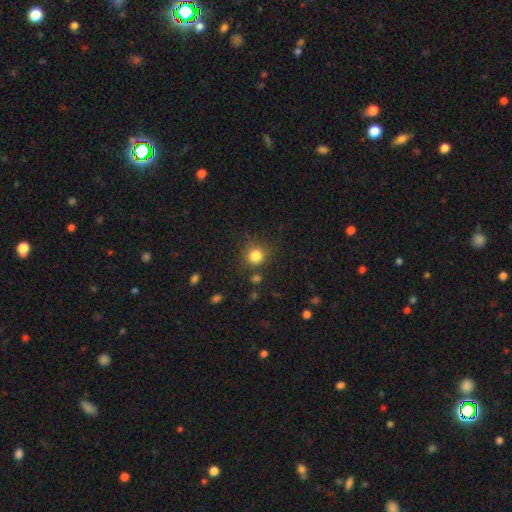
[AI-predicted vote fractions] Overall: smooth (83%). How rounded: round (91%). Merging: none (81%).